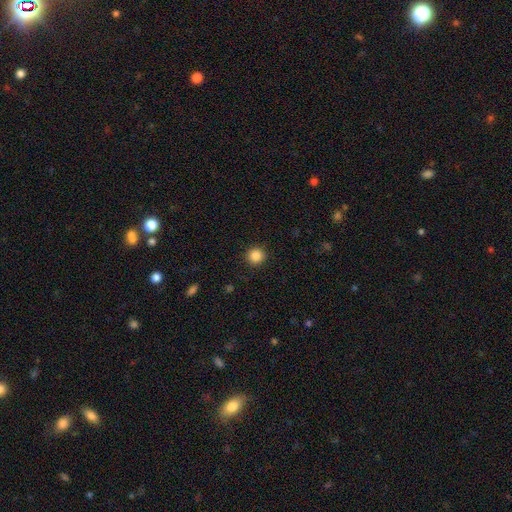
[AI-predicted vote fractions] smooth 86%, star or artifact 11%, featured or disk 3%. Down the decision tree: how rounded — round (94%); merging — none (91%).